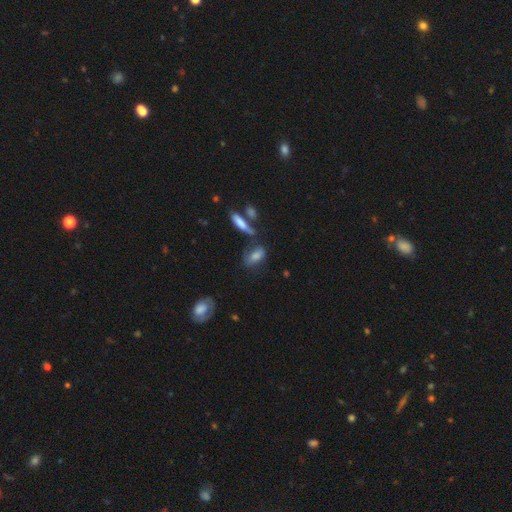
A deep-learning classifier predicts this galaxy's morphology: Overall: smooth (68%). How rounded: in between (70%). Merging: none (54%; minor disturbance 21%).